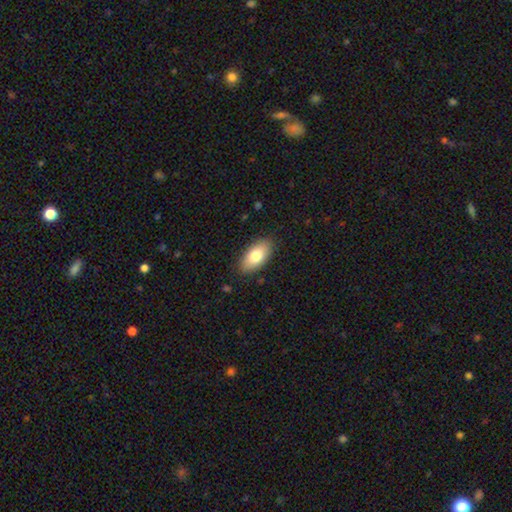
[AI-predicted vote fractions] This is likely a smooth galaxy (78%). How rounded: clearly in between (92%). Merging: clearly none (87%).